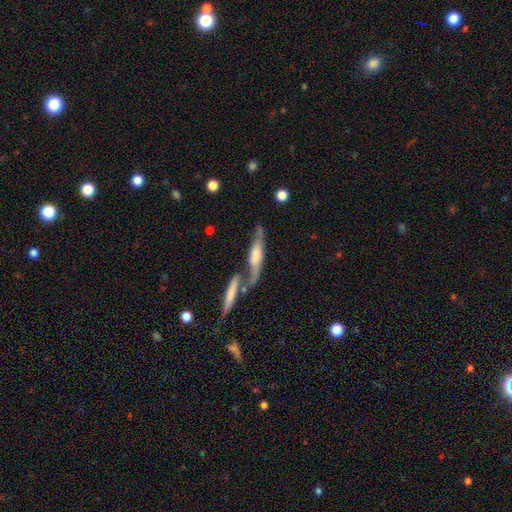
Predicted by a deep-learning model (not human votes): Smooth or featured? featured or disk (55%)
Edge-on disk? yes (74%)
Merging? merger (45%)